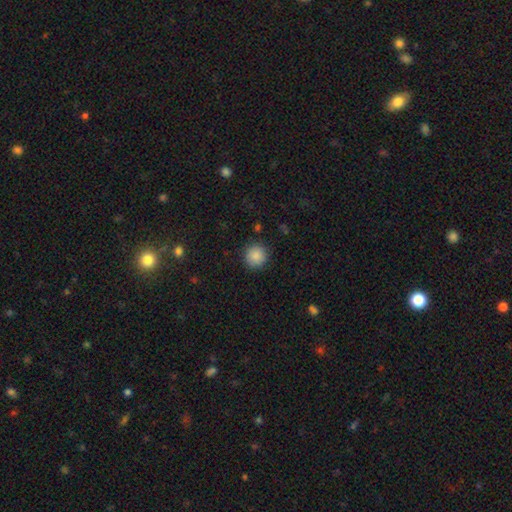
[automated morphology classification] smooth_or_featured: smooth (p=0.88) [alt: star or artifact p=0.09]
how_rounded: round (p=0.94) [alt: in between p=0.05]
merging: none (p=0.90) [alt: minor disturbance p=0.07]